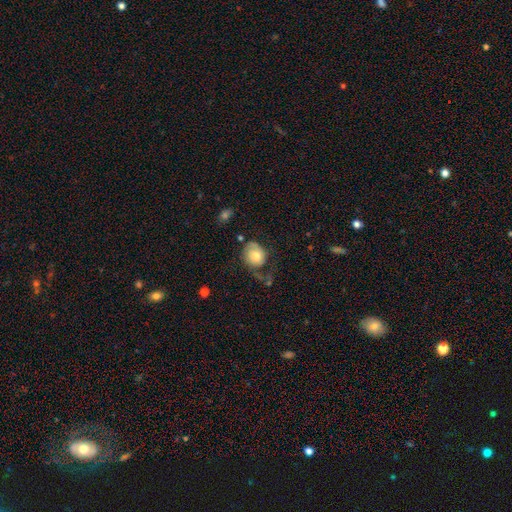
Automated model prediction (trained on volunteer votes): This is possibly a smooth galaxy (54%). How rounded: likely round (60%). Merging: marginally none (38%).